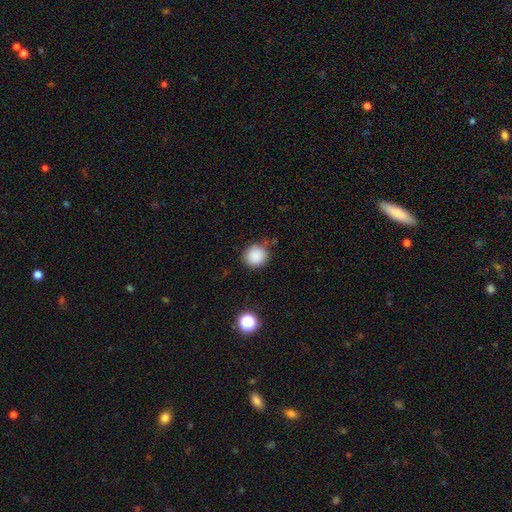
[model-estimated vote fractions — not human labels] Overall: smooth (87%). How rounded: round (88%). Merging: none (82%).